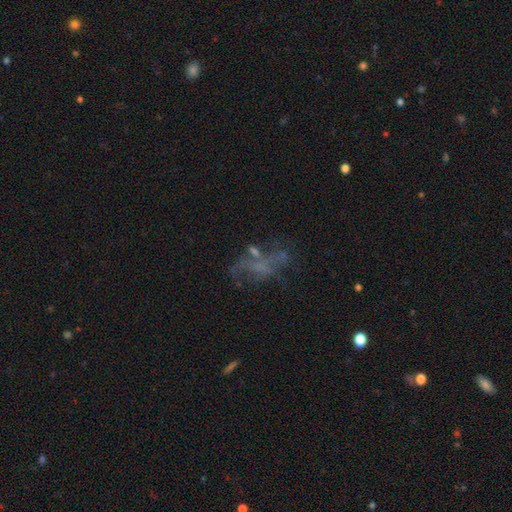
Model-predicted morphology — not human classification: Smooth or featured? featured or disk (55%)
Edge-on disk? no (94%)
Bar? no (80%)
Spiral arms? no (77%)
Bulge size? none (71%)
Merging? none (39%)